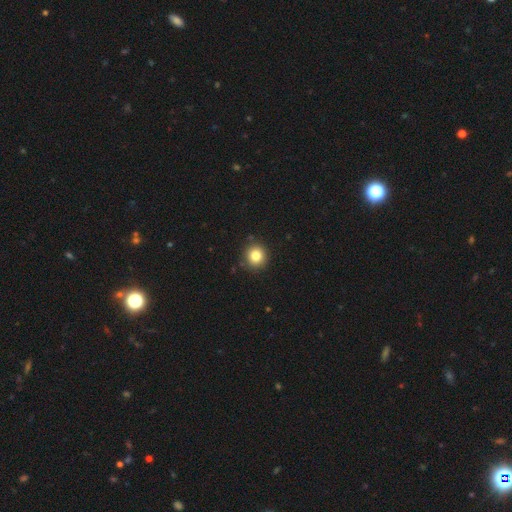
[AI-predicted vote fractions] Morphology: type=smooth (82%); roundness=round (92%); merging=none (89%).